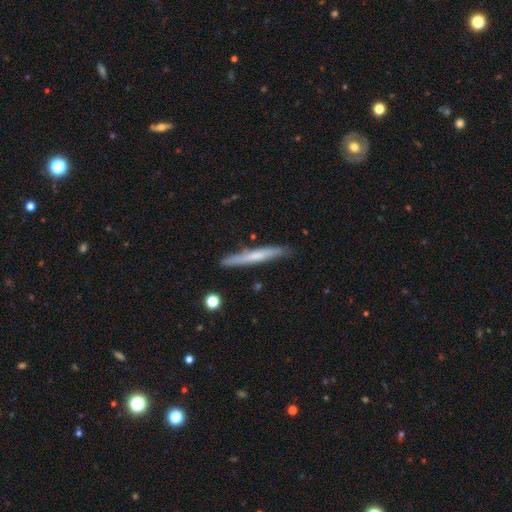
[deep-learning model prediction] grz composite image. It shows a smooth galaxy with no disk features (50%) that is cigar-shaped (96%). Merging: none (83%).